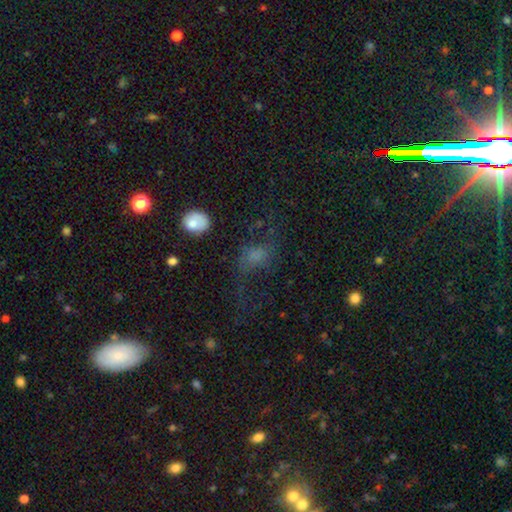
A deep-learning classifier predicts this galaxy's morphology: This appears to be a smooth galaxy with no disk features (56%) that is in between round and cigar-shaped (64%). Merging: major disturbance (40%).